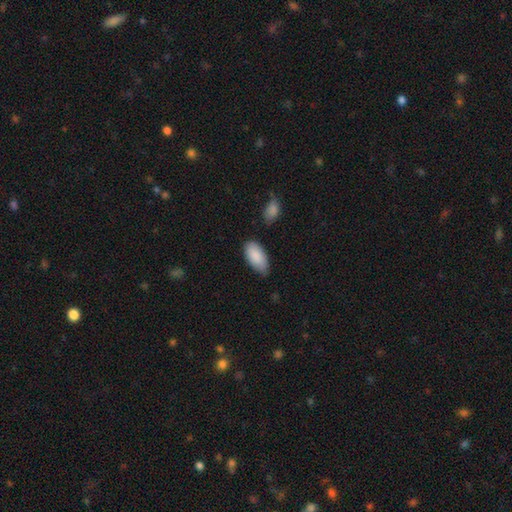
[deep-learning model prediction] A smooth galaxy with no disk features (88%) that is in between round and cigar-shaped (93%). Merging: none (67%).